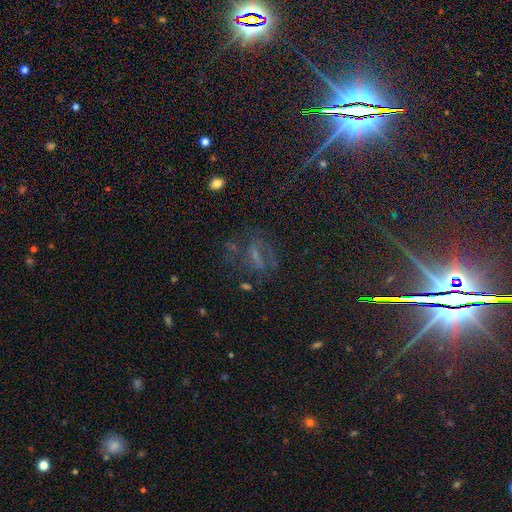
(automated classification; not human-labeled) smooth-or-featured: star or artifact: 45% | featured or disk: 32% | smooth: 23%